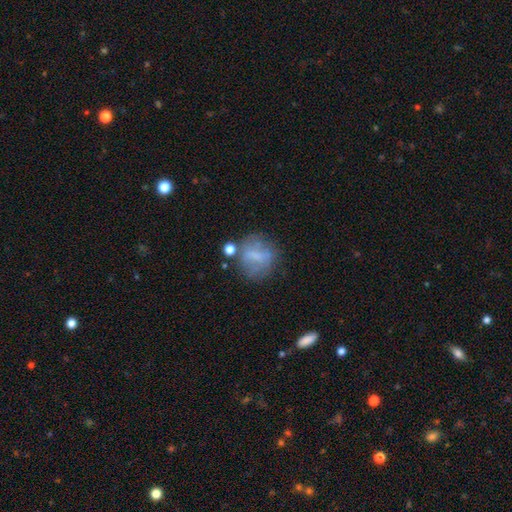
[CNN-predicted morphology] This is possibly a smooth galaxy (51%). How rounded: likely round (67%). Merging: possibly none (54%).